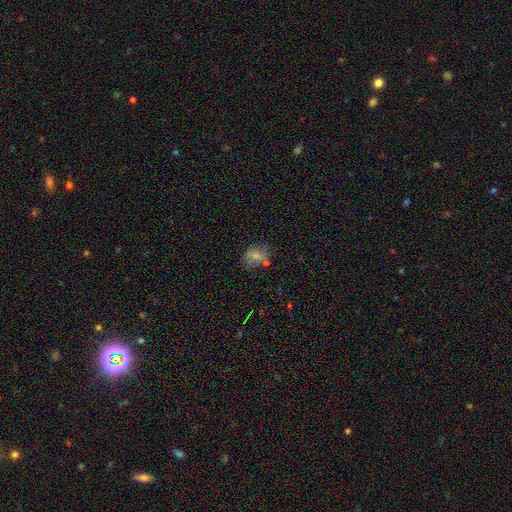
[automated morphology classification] Q: Smooth or featured?
A: smooth (53%); runner-up: featured or disk (24%)
Q: How rounded?
A: in between (51%); runner-up: round (47%)
Q: Merging?
A: none (72%); runner-up: minor disturbance (17%)